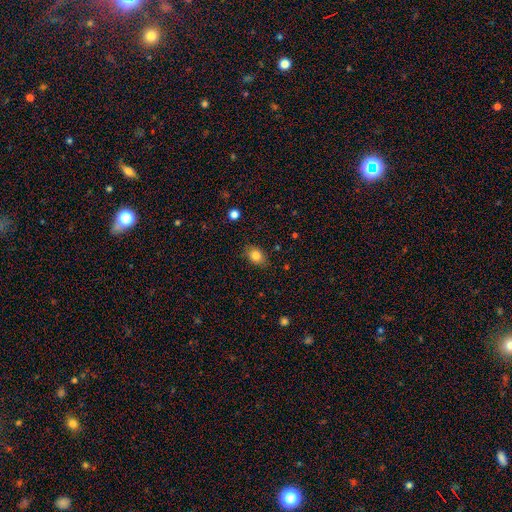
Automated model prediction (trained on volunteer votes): smooth 83%, star or artifact 10%, featured or disk 8%. Down the decision tree: how rounded — in between (69%); merging — none (83%).